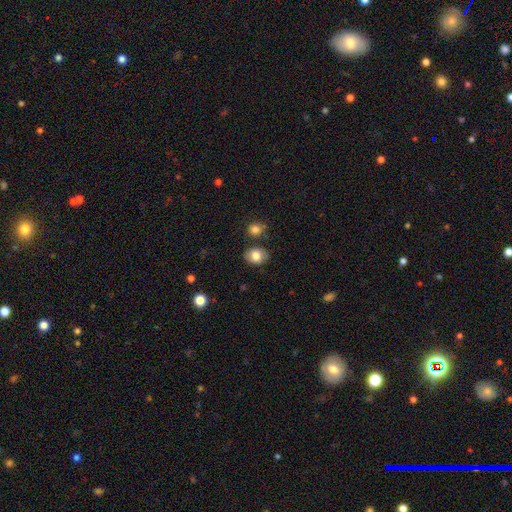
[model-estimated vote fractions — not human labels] This is likely a smooth galaxy (80%). How rounded: possibly in between (54%). Merging: clearly none (80%).